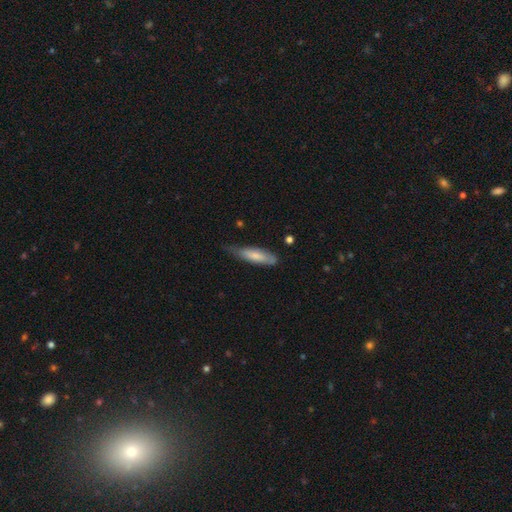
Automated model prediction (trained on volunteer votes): Smooth or featured? smooth (69%)
How rounded? cigar-shaped (63%)
Merging? none (51%)